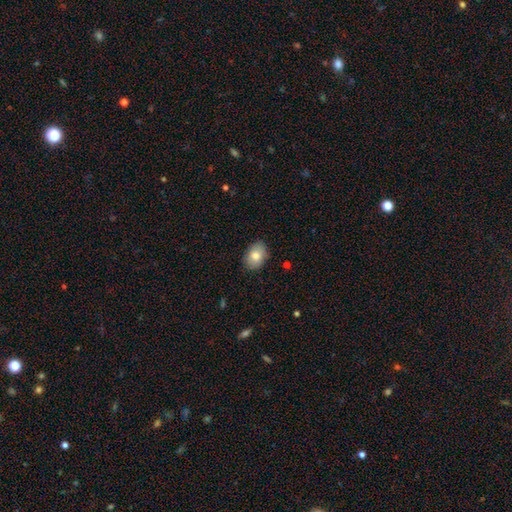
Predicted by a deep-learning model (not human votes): A smooth galaxy with no disk features (81%) that is in between round and cigar-shaped (78%).

Vote fractions:
- Smooth or featured? smooth: 81% / featured or disk: 11% / star or artifact: 7%
- How rounded? in between: 78% / round: 21% / cigar-shaped: 1%
- Merging? none: 85% / minor disturbance: 12% / major disturbance: 2% / merger: 1%